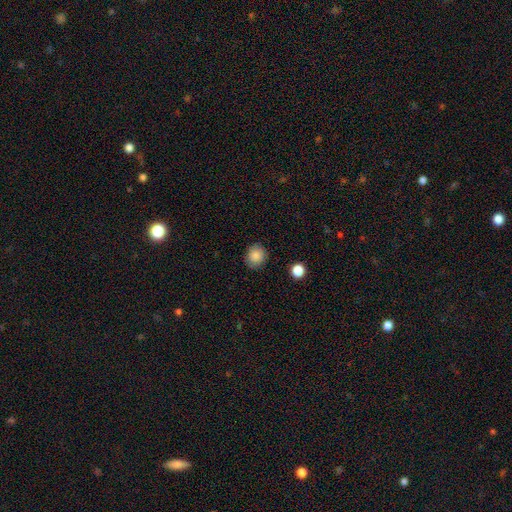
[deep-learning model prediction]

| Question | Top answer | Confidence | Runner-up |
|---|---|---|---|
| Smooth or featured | smooth | 87% | star or artifact (9%) |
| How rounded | round | 79% | in between (20%) |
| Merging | none | 88% | minor disturbance (8%) |